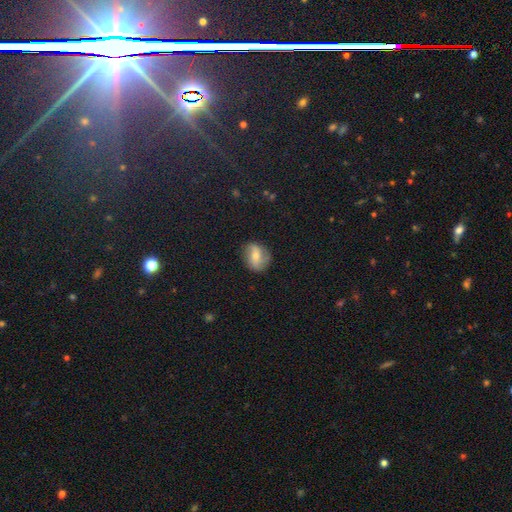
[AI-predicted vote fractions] Overall: smooth (47%; featured or disk 44%). Merging: none (71%).